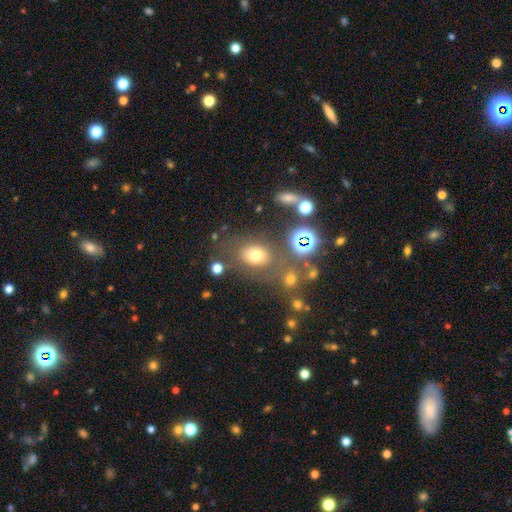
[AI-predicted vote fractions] smooth_or_featured: smooth (p=0.67) [alt: star or artifact p=0.20]
how_rounded: in between (p=0.57) [alt: round p=0.42]
merging: none (p=0.66) [alt: minor disturbance p=0.15]